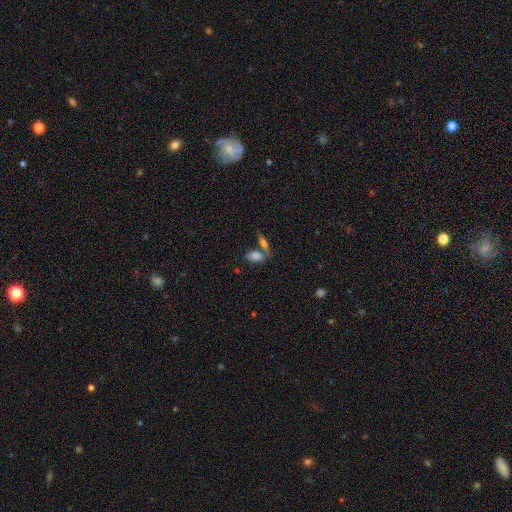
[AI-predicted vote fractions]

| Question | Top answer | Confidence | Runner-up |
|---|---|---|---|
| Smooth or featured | smooth | 80% | featured or disk (11%) |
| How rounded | in between | 89% | cigar-shaped (6%) |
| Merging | none | 50% | merger (34%) |